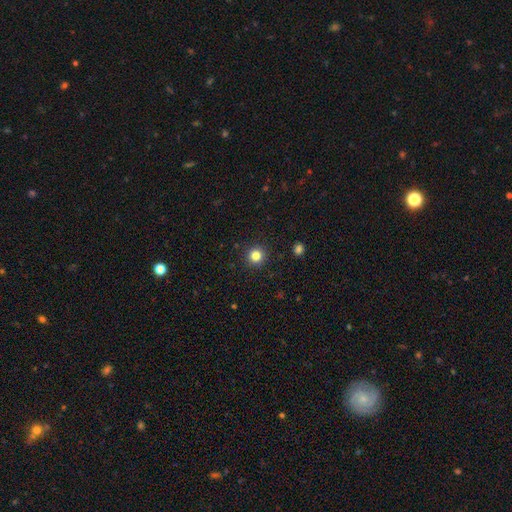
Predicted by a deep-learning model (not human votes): smooth 82%, star or artifact 13%, featured or disk 5%. Down the decision tree: how rounded — round (94%); merging — none (92%).